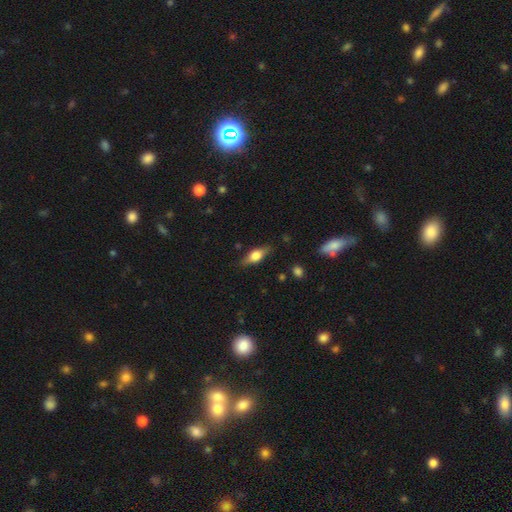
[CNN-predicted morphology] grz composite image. It shows a smooth galaxy with no disk features (51%) that is in between round and cigar-shaped (66%). Merging: none (82%).